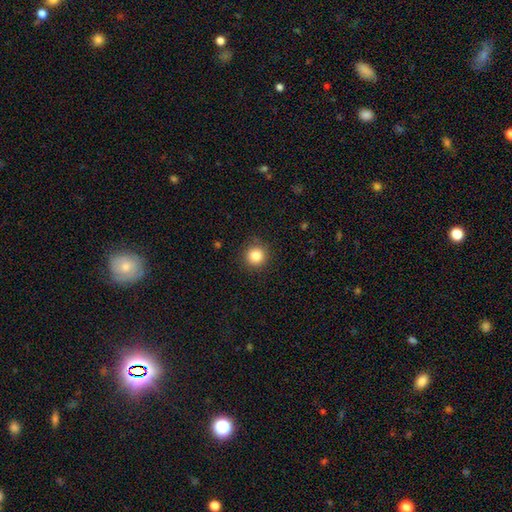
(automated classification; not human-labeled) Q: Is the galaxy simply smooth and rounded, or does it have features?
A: smooth — 84%.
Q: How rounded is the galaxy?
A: round — 95%.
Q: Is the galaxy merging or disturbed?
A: none — 90%.